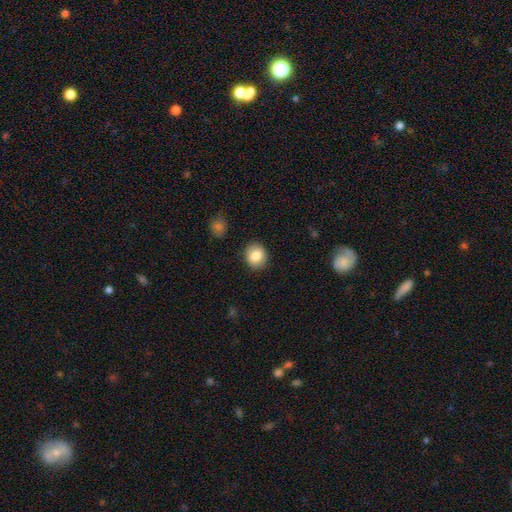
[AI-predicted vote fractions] This is clearly a smooth galaxy (85%). How rounded: likely round (76%). Merging: clearly none (89%).